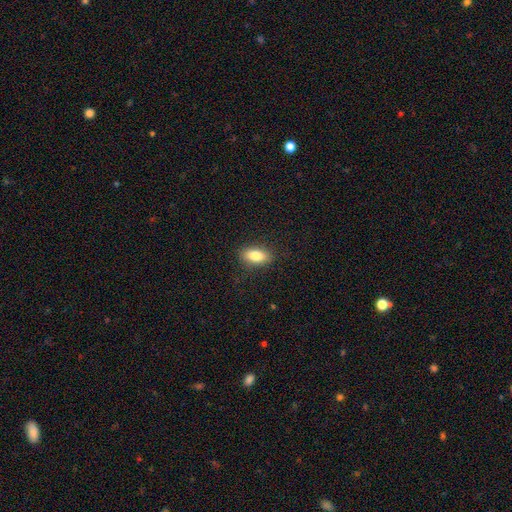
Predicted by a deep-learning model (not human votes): Smooth or featured: smooth — 83% (featured or disk — 9%)
How rounded: in between — 88% (cigar-shaped — 7%)
Merging: none — 87% (minor disturbance — 10%)